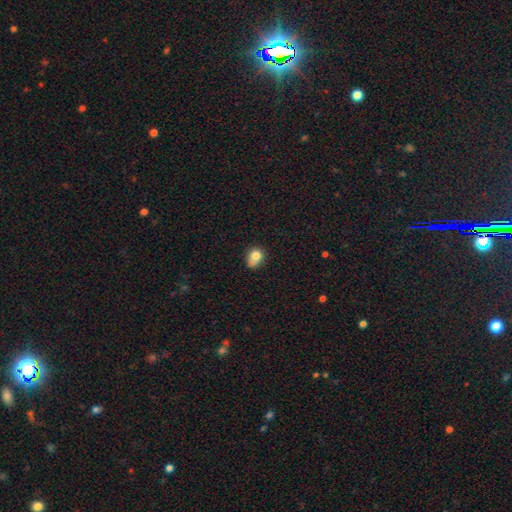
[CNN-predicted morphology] A smooth galaxy with no disk features (79%) that is round (55%). Merging: none (49%).